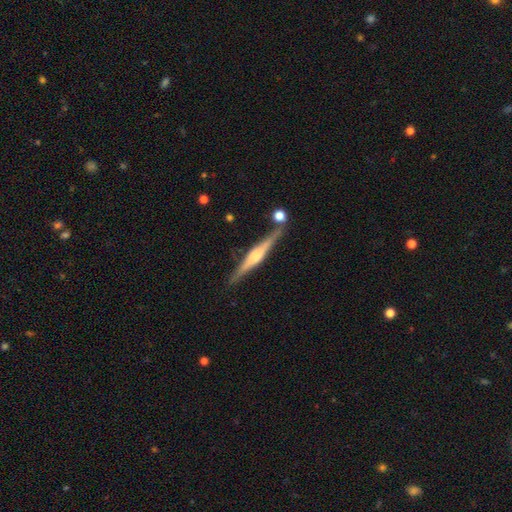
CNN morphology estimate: Overall: featured or disk (74%). Edge-on disk: yes (98%). Edge-on bulge: rounded (70%). Merging: none (81%).